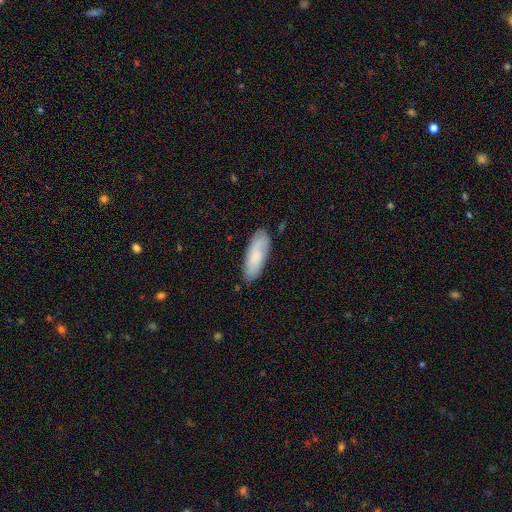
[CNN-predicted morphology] type=smooth (73%); roundness=in between (73%); merging=none (79%).